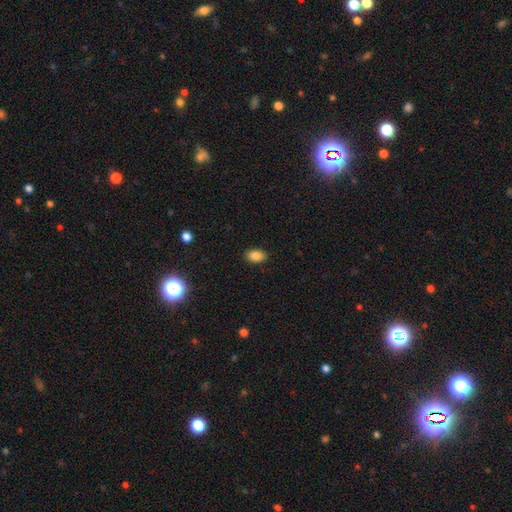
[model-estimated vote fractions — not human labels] Smooth or featured?
  - smooth: 87% *
  - star or artifact: 9%
  - featured or disk: 4%
How rounded?
  - in between: 90% *
  - round: 9%
  - cigar-shaped: 2%
Merging?
  - none: 89% *
  - minor disturbance: 8%
  - major disturbance: 2%
  - merger: 1%